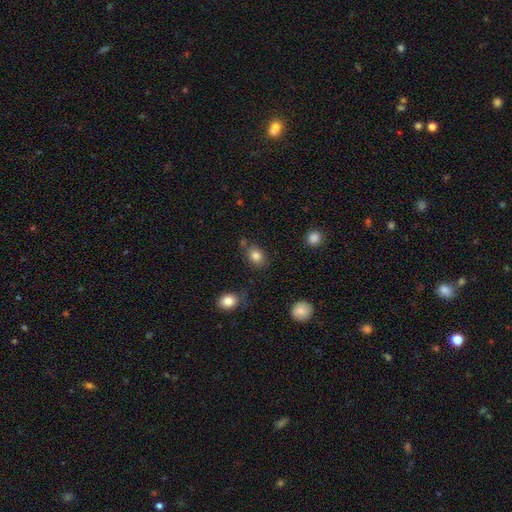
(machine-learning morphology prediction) Overall: smooth (83%). How rounded: in between (54%; round 45%). Merging: none (74%).